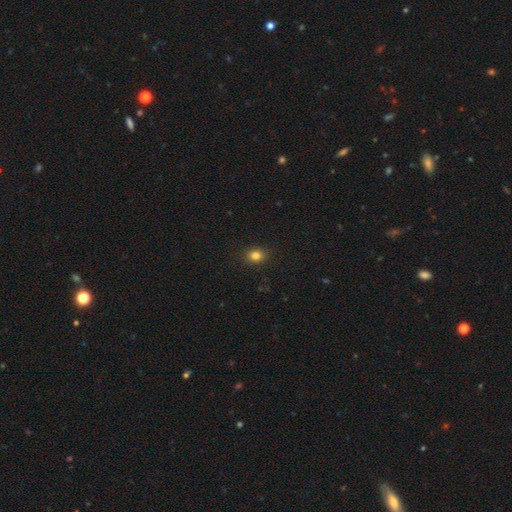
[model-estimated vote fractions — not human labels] smooth_or_featured: smooth (p=0.82) [alt: star or artifact p=0.12]
how_rounded: in between (p=0.50) [alt: round p=0.49]
merging: none (p=0.89) [alt: minor disturbance p=0.08]